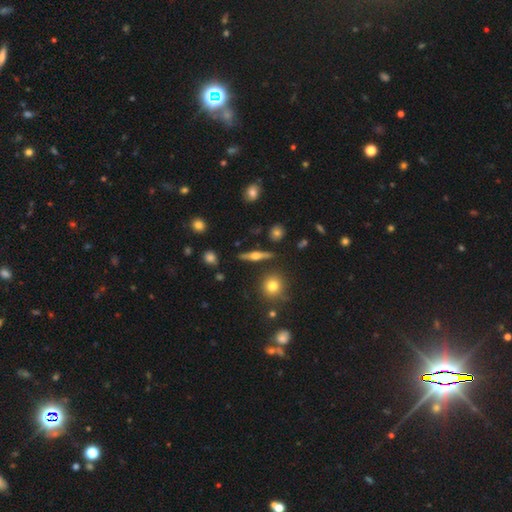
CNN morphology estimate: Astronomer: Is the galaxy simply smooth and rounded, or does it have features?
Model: featured or disk — 67%.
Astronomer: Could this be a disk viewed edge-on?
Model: yes — 95%.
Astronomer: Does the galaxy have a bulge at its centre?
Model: rounded — 94%.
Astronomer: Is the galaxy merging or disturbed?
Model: none — 86%.